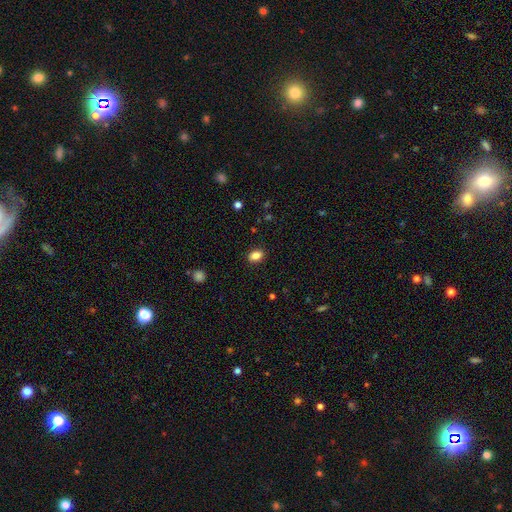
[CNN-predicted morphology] This is clearly a smooth galaxy (84%). How rounded: likely in between (76%). Merging: clearly none (88%).